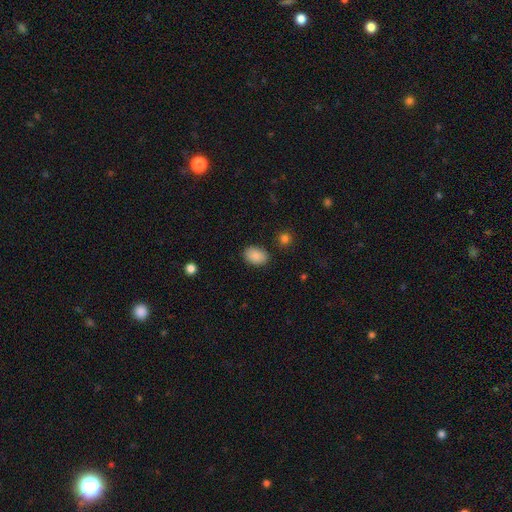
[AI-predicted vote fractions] smooth_or_featured: smooth (p=0.88) [alt: star or artifact p=0.08]
how_rounded: in between (p=0.85) [alt: round p=0.14]
merging: none (p=0.84) [alt: minor disturbance p=0.11]